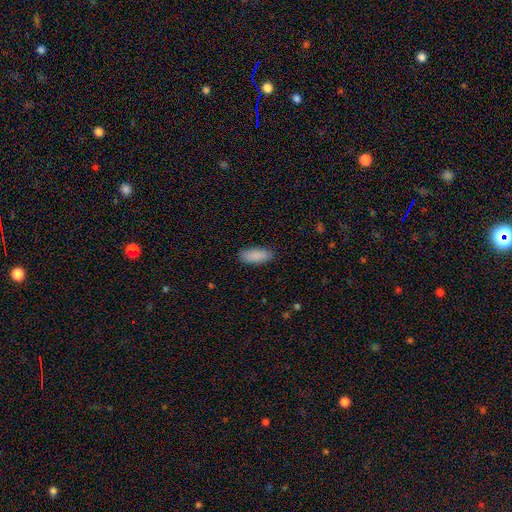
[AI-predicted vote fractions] Morphology: type=smooth (89%); roundness=in between (78%); merging=none (88%).